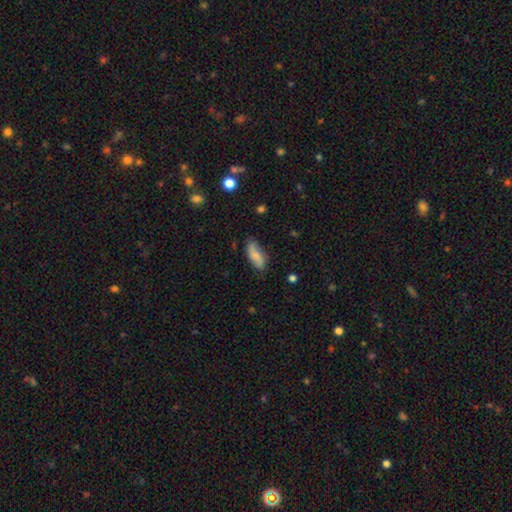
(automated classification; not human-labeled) The model was most divided on "merging": none: 66%, minor disturbance: 26%, major disturbance: 6%, merger: 2%. More confident: how rounded — in between (81%); smooth or featured — smooth (73%).